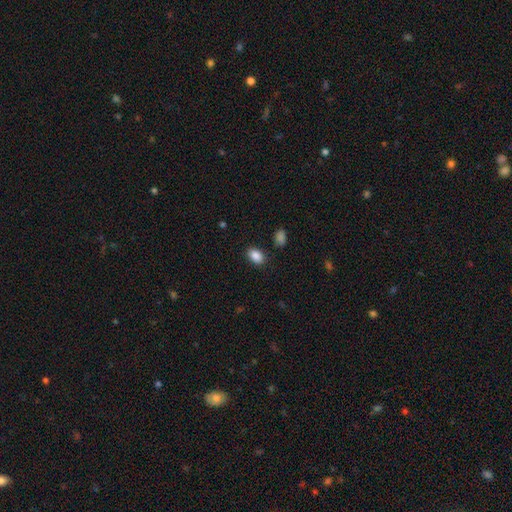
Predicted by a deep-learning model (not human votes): A smooth galaxy with no disk features (88%) that is in between round and cigar-shaped (87%).

Vote fractions:
- Smooth or featured? smooth: 88% / star or artifact: 8% / featured or disk: 4%
- How rounded? in between: 87% / round: 12% / cigar-shaped: 1%
- Merging? none: 85% / minor disturbance: 10% / major disturbance: 3% / merger: 2%